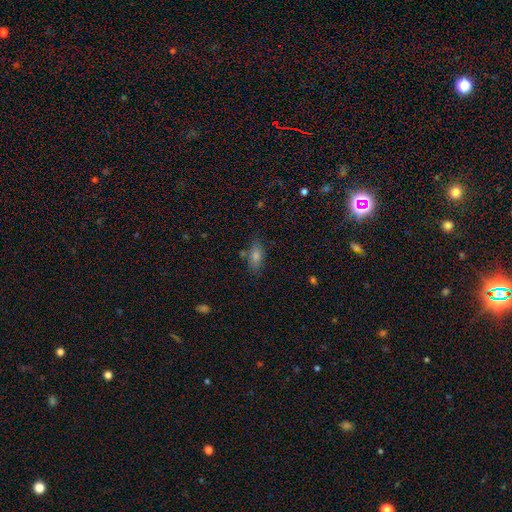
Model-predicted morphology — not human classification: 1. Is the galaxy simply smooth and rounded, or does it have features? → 64% smooth, 20% star or artifact, 16% featured or disk.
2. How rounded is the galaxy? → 71% in between, 22% cigar-shaped, 8% round.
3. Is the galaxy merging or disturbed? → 79% none, 13% minor disturbance, 5% merger, 3% major disturbance.